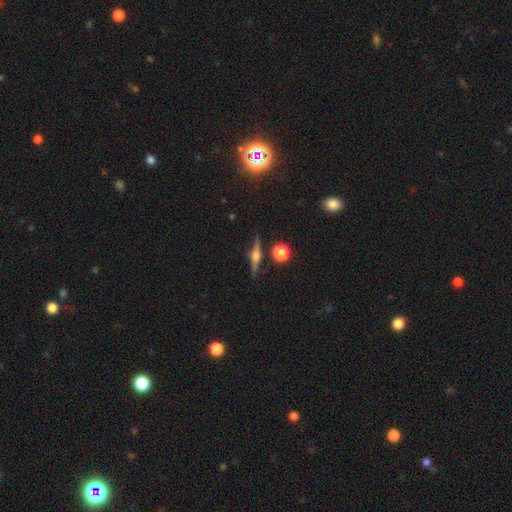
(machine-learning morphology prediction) featured or disk 73%, smooth 18%, star or artifact 9%. Down the decision tree: edge-on disk — yes (97%); edge-on bulge — rounded (87%); merging — none (85%).